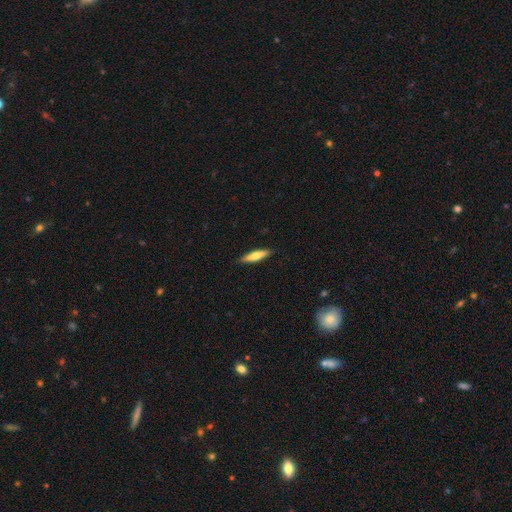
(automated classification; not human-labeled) Q: Smooth or featured?
A: smooth (67%); runner-up: featured or disk (28%)
Q: How rounded?
A: cigar-shaped (74%); runner-up: in between (24%)
Q: Merging?
A: none (88%); runner-up: minor disturbance (9%)